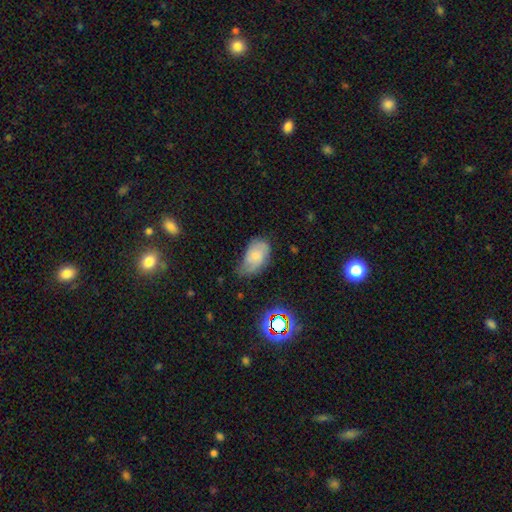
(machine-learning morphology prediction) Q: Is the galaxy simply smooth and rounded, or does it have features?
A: smooth — 56%.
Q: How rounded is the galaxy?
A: in between — 91%.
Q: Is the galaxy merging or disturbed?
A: none — 42%.